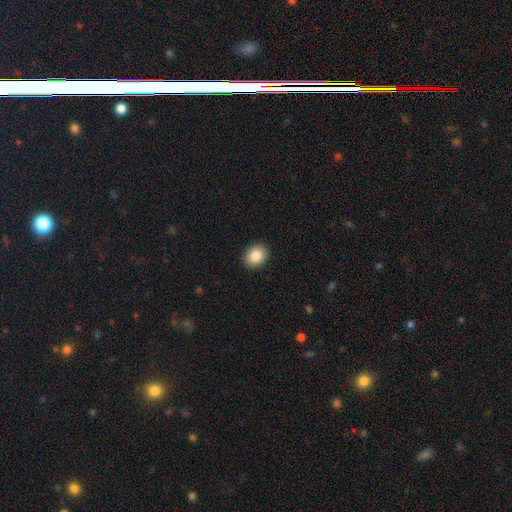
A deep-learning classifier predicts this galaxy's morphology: smooth 85%, star or artifact 9%, featured or disk 6%. Down the decision tree: how rounded — round (57%); merging — none (91%).